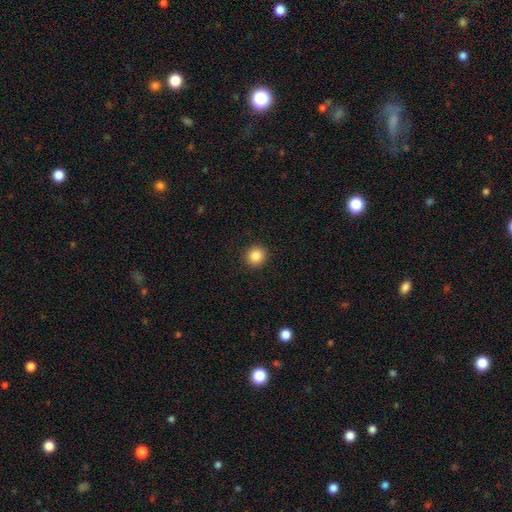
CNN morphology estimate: smooth-or-featured: smooth: 85% | star or artifact: 10% | featured or disk: 4%
  how-rounded: round: 90% | in between: 9% | cigar-shaped: 1%
  merging: none: 92% | minor disturbance: 5% | major disturbance: 2% | merger: 1%